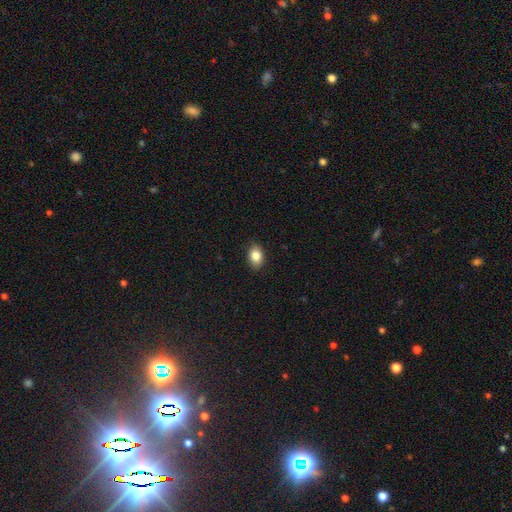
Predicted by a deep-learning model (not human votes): Smooth or featured?
  - smooth: 85% *
  - star or artifact: 8%
  - featured or disk: 7%
How rounded?
  - in between: 82% *
  - round: 17%
  - cigar-shaped: 1%
Merging?
  - none: 88% *
  - minor disturbance: 9%
  - major disturbance: 2%
  - merger: 1%